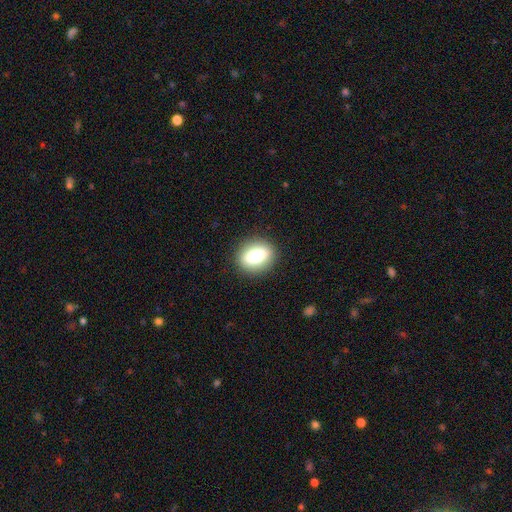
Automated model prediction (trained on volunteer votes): Smooth or featured: smooth — 76% (featured or disk — 15%)
How rounded: in between — 57% (round — 41%)
Merging: none — 89% (minor disturbance — 8%)